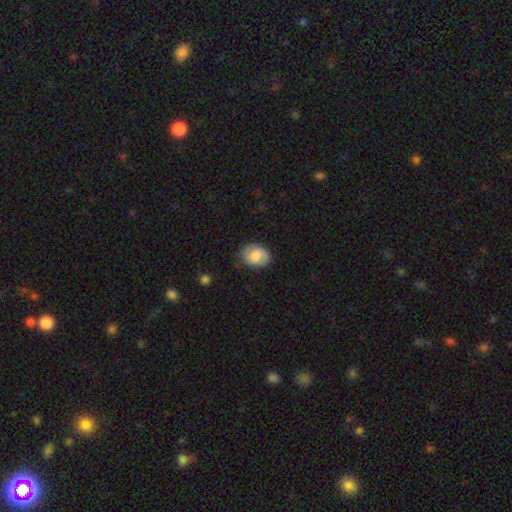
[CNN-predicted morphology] Smooth or featured: smooth — 69% (featured or disk — 23%)
How rounded: in between — 63% (round — 36%)
Merging: none — 76% (minor disturbance — 18%)